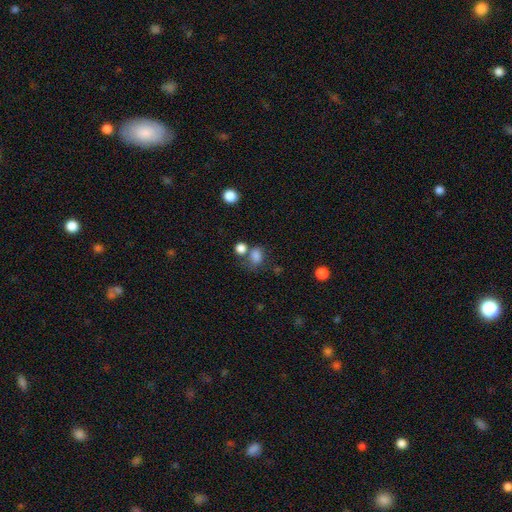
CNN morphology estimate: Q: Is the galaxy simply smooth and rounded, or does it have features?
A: smooth — 80%.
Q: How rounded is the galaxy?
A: in between — 59%.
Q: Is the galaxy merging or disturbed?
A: none — 50%.